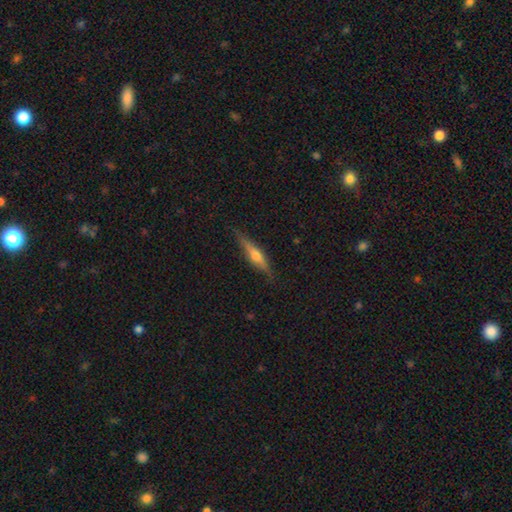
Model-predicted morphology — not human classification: smooth_or_featured: featured or disk (p=0.60) [alt: smooth p=0.33]
disk_edge_on: yes (p=0.95) [alt: no p=0.05]
edge_on_bulge: rounded (p=0.87) [alt: boxy p=0.07]
merging: none (p=0.83) [alt: minor disturbance p=0.13]